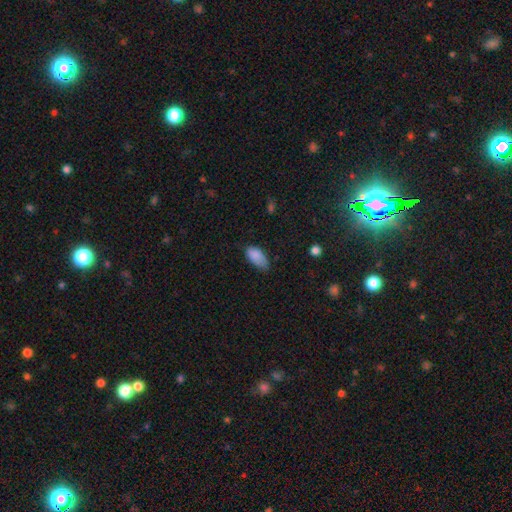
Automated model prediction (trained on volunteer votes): Smooth or featured? smooth (86%)
How rounded? in between (93%)
Merging? none (54%)